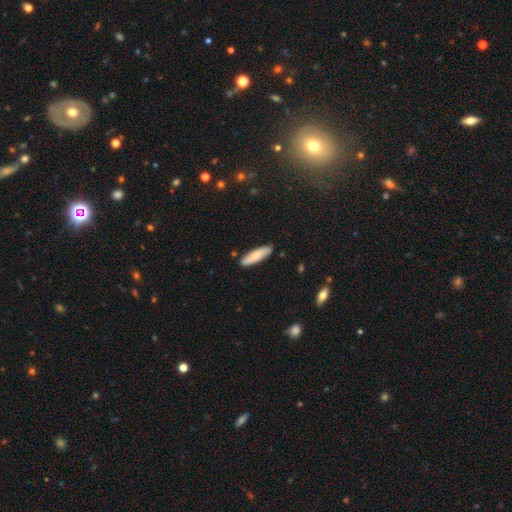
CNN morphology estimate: This is likely a smooth galaxy (80%). How rounded: likely cigar-shaped (64%). Merging: clearly none (87%).